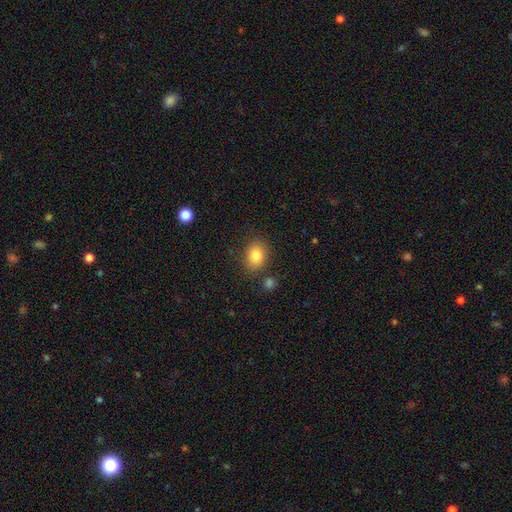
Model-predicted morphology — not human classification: smooth-or-featured: smooth: 83% | star or artifact: 9% | featured or disk: 7%
  how-rounded: in between: 61% | round: 38% | cigar-shaped: 1%
  merging: none: 80% | minor disturbance: 12% | merger: 5% | major disturbance: 3%